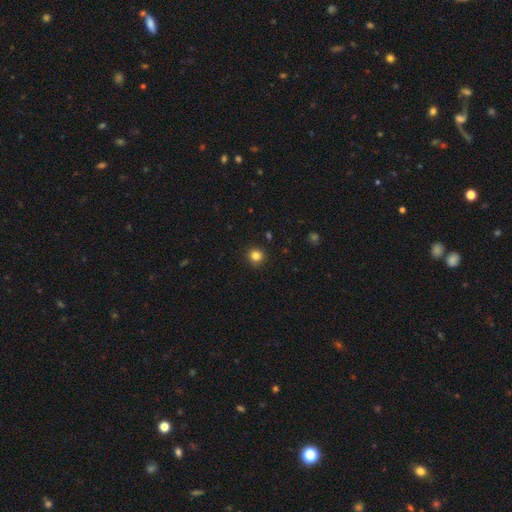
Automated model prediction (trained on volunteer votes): A smooth galaxy with no disk features (84%) that is round (92%).

Vote fractions:
- Smooth or featured? smooth: 84% / star or artifact: 12% / featured or disk: 4%
- How rounded? round: 92% / in between: 7% / cigar-shaped: 1%
- Merging? none: 91% / minor disturbance: 6% / major disturbance: 2% / merger: 1%